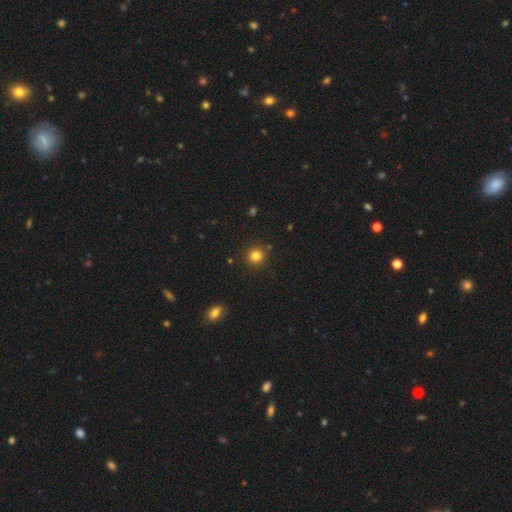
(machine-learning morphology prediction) smooth_or_featured: smooth (p=0.82) [alt: star or artifact p=0.13]
how_rounded: round (p=0.94) [alt: in between p=0.05]
merging: none (p=0.90) [alt: minor disturbance p=0.06]